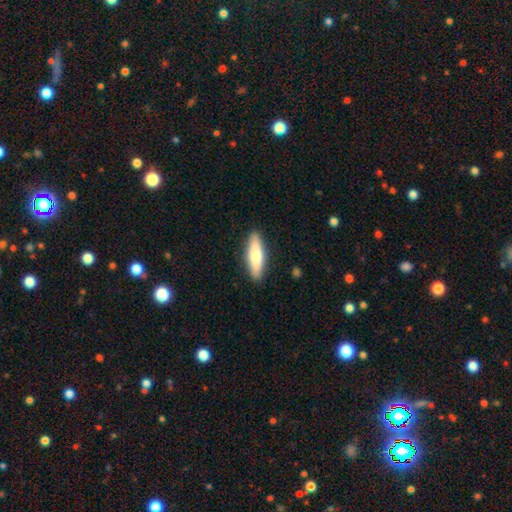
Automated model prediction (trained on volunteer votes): A smooth galaxy with no disk features (69%) that is cigar-shaped (66%). Merging: none (89%).